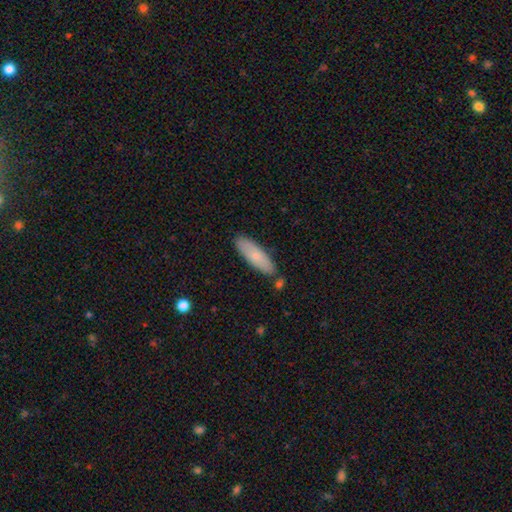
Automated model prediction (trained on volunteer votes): The model was most divided on "how rounded": cigar-shaped: 50%, in between: 49%, round: 2%. More confident: merging — none (80%); smooth or featured — smooth (73%).